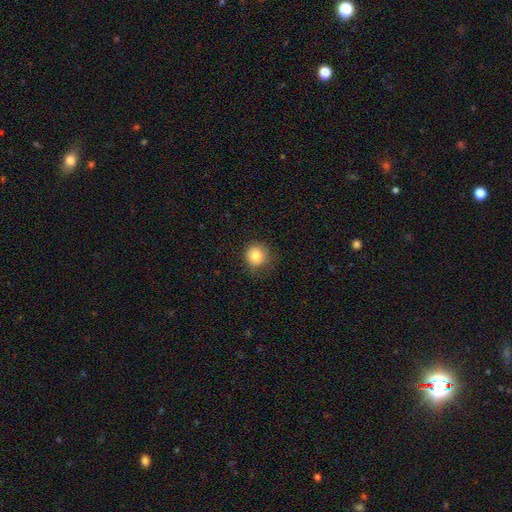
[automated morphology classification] A smooth galaxy with no disk features (83%) that is round (92%). Merging: none (75%).